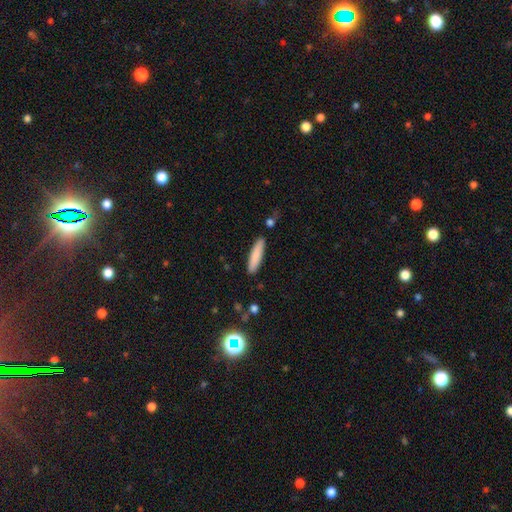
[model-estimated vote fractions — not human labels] smooth 84%, featured or disk 10%, star or artifact 6%. Down the decision tree: how rounded — cigar-shaped (77%); merging — none (88%).